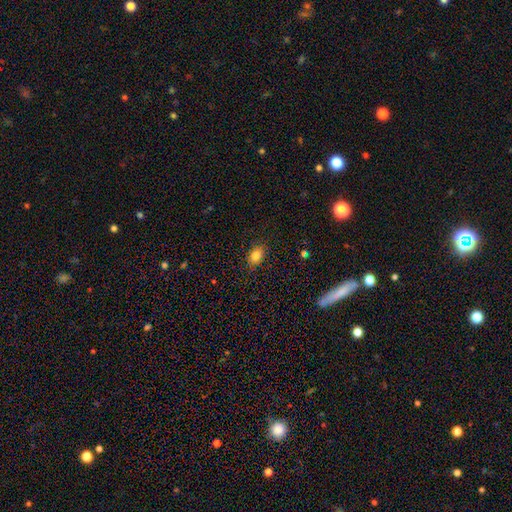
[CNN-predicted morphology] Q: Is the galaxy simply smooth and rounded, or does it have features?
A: smooth — 82%.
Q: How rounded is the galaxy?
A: in between — 74%.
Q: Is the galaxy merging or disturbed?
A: none — 86%.